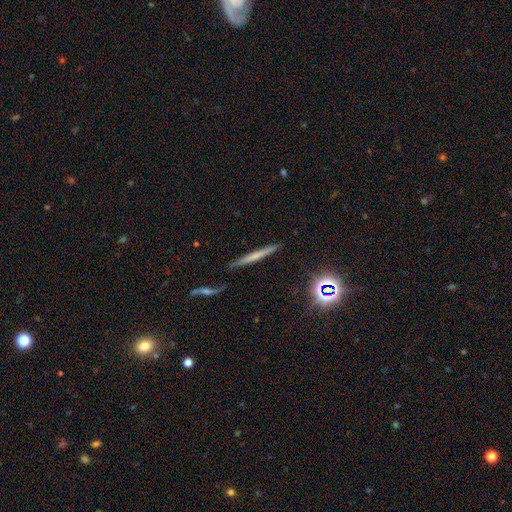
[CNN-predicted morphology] Smooth or featured?
  - smooth: 48% *
  - featured or disk: 40%
  - star or artifact: 13%
Merging?
  - none: 81% *
  - minor disturbance: 12%
  - merger: 4%
  - major disturbance: 3%